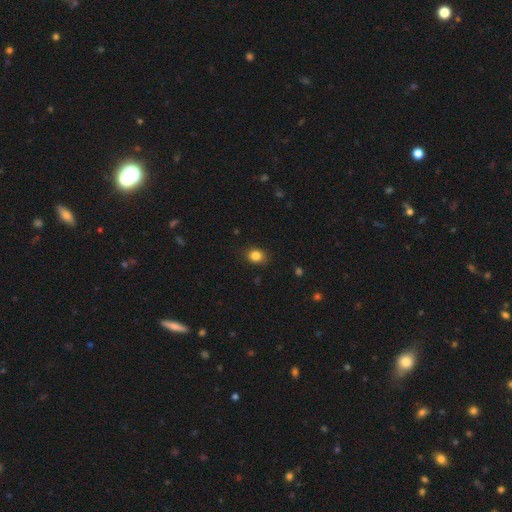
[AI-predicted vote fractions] Smooth or featured: smooth — 84% (star or artifact — 11%)
How rounded: round — 59% (in between — 40%)
Merging: none — 85% (minor disturbance — 12%)